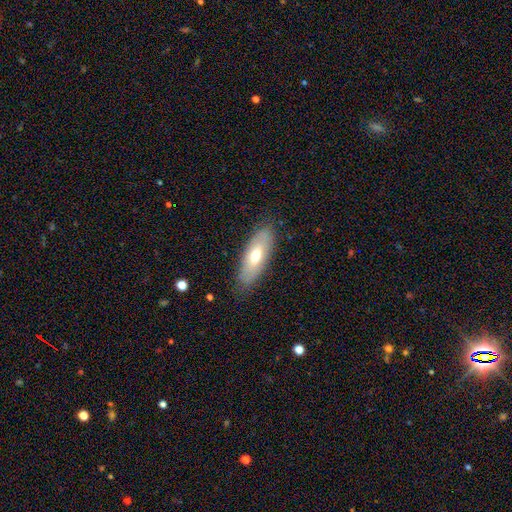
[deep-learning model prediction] Smooth or featured? smooth (60%)
How rounded? in between (71%)
Merging? none (83%)